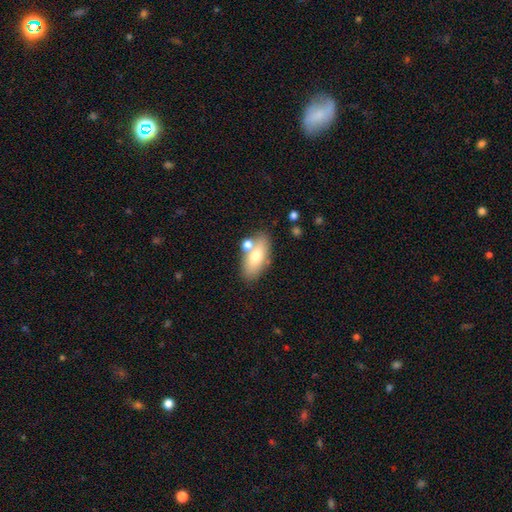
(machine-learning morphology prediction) The model was most divided on "smooth or featured": smooth: 68%, featured or disk: 24%, star or artifact: 8%. More confident: how rounded — in between (87%); merging — none (68%).